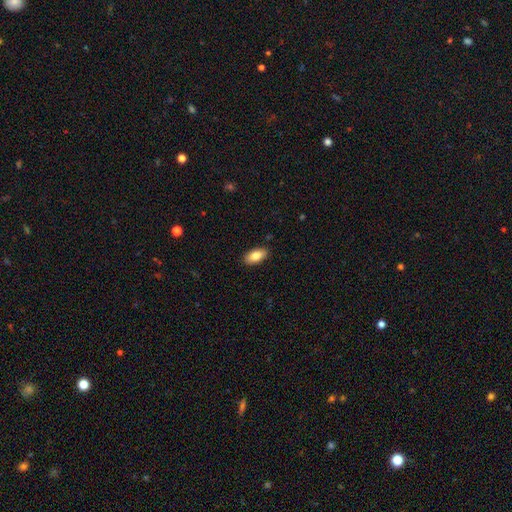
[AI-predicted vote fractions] This is clearly a smooth galaxy (83%). How rounded: clearly in between (93%). Merging: clearly none (89%).